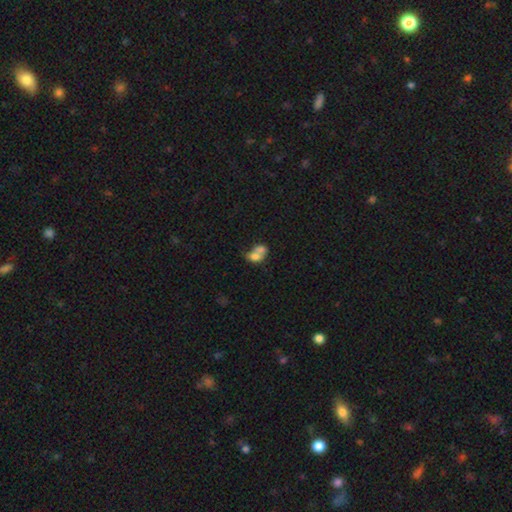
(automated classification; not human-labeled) smooth 66%, featured or disk 24%, star or artifact 10%. Down the decision tree: how rounded — in between (73%); merging — merger (69%).